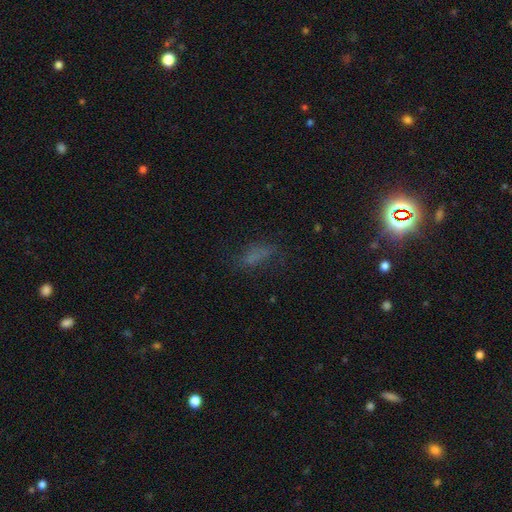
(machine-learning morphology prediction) Smooth or featured? smooth (59%)
How rounded? in between (68%)
Merging? none (51%)